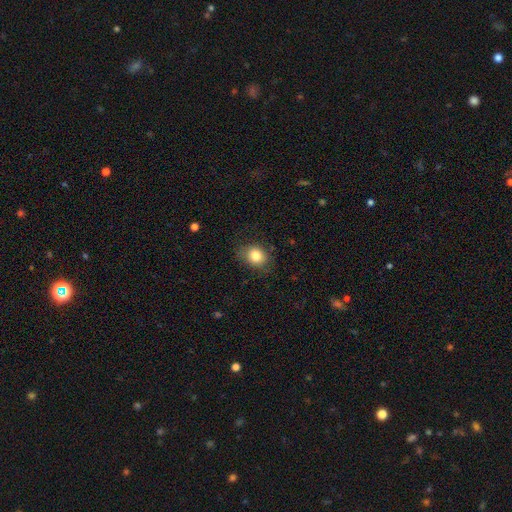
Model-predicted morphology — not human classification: This is clearly a smooth galaxy (81%). How rounded: possibly round (58%). Merging: likely none (77%).